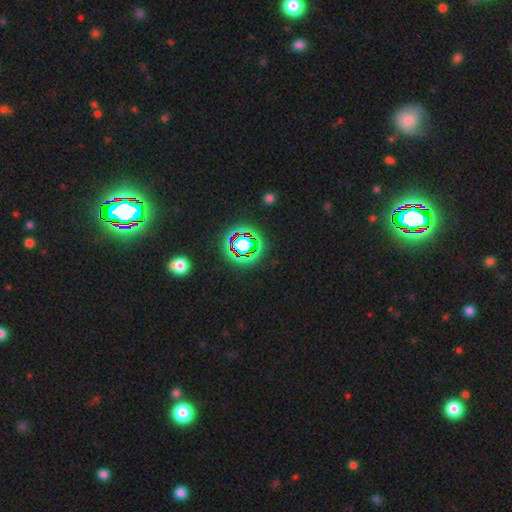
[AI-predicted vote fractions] smooth-or-featured: star or artifact: 75% | smooth: 15% | featured or disk: 10%